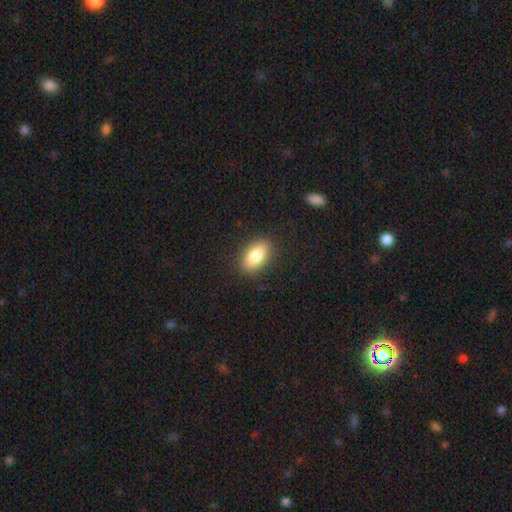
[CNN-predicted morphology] smooth_or_featured: smooth (p=0.85) [alt: featured or disk p=0.08]
how_rounded: in between (p=0.90) [alt: round p=0.06]
merging: none (p=0.88) [alt: minor disturbance p=0.09]